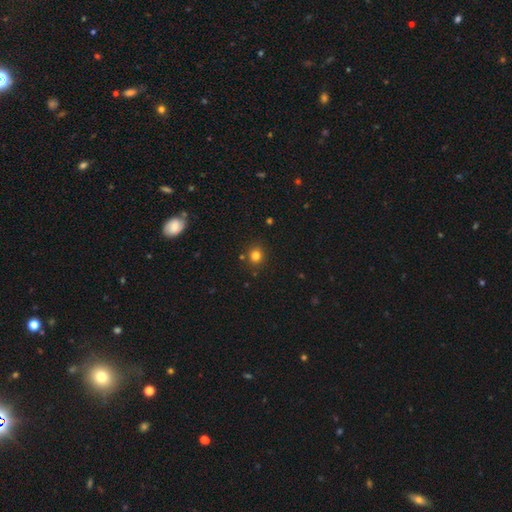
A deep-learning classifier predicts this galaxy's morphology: Overall: smooth (80%). How rounded: round (86%). Merging: none (87%).